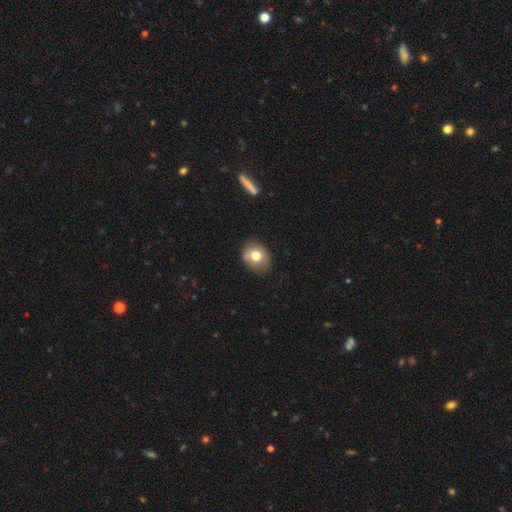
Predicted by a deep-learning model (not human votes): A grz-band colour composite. It shows a smooth galaxy with no disk features (74%) that is round (52%). Merging: none (77%).